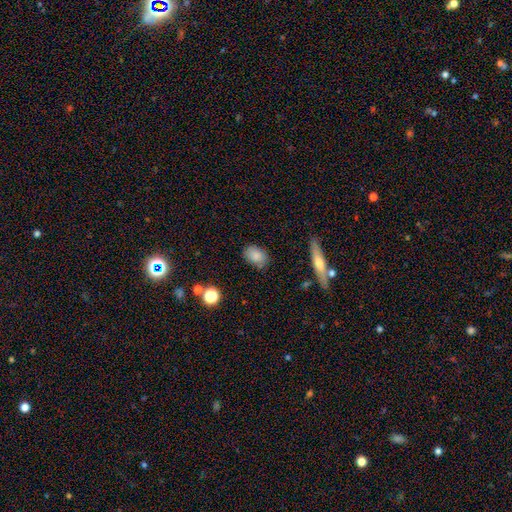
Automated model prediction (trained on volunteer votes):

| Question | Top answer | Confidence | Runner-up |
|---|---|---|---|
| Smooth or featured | smooth | 84% | star or artifact (8%) |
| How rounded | in between | 80% | round (18%) |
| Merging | none | 80% | minor disturbance (14%) |